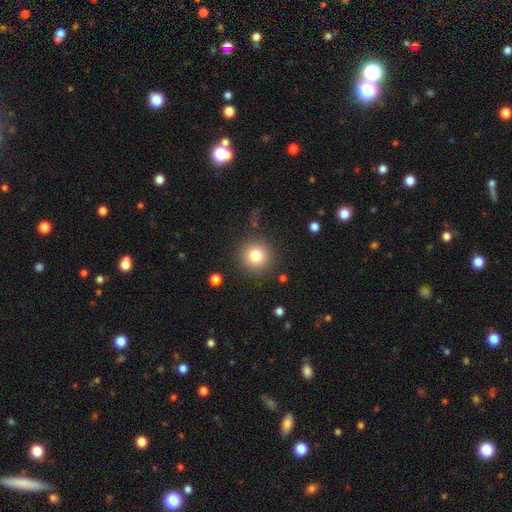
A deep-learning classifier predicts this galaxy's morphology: Smooth or featured: smooth — 80% (star or artifact — 11%)
How rounded: round — 95% (in between — 4%)
Merging: none — 87% (minor disturbance — 7%)